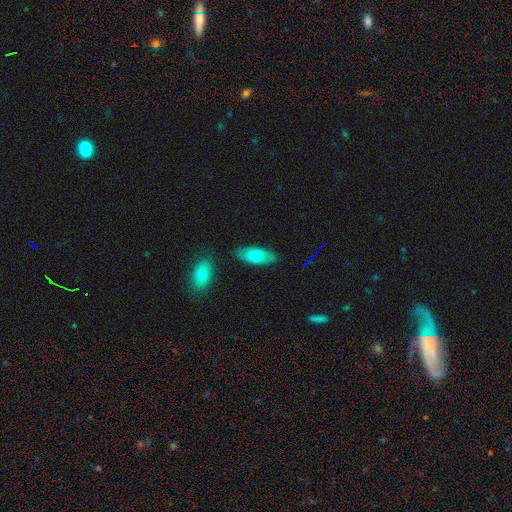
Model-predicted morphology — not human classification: Q: Smooth or featured?
A: smooth (76%); runner-up: featured or disk (18%)
Q: How rounded?
A: in between (83%); runner-up: cigar-shaped (14%)
Q: Merging?
A: none (82%); runner-up: minor disturbance (12%)